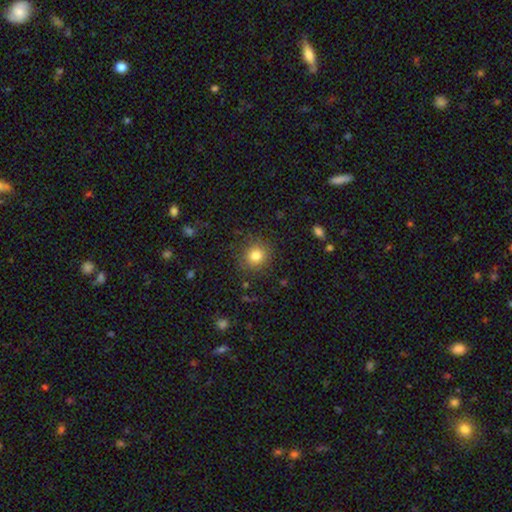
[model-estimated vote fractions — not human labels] Smooth or featured? Predicted: smooth (p=0.81). How rounded? Predicted: round (p=0.88). Merging? Predicted: none (p=0.87).